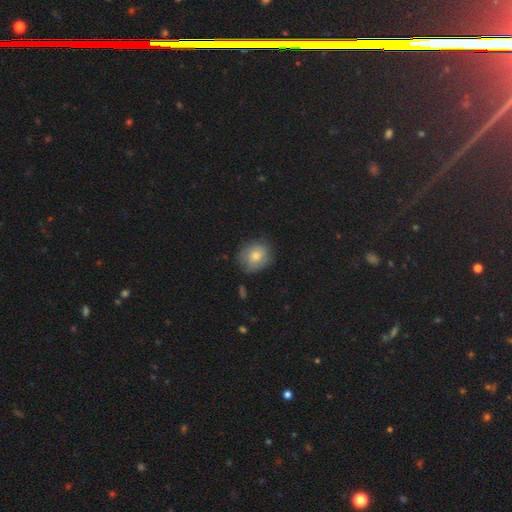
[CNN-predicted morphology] Q: Smooth or featured?
A: smooth (66%); runner-up: featured or disk (23%)
Q: How rounded?
A: round (70%); runner-up: in between (29%)
Q: Merging?
A: none (73%); runner-up: minor disturbance (21%)